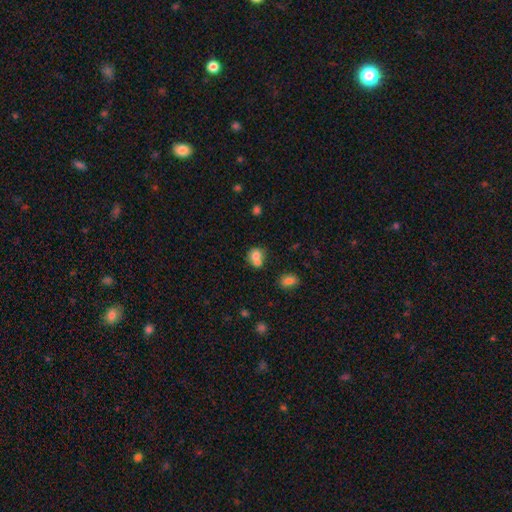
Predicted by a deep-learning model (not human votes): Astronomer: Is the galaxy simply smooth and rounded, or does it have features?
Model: smooth — 74%.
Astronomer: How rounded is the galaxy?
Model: round — 65%.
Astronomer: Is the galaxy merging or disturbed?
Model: merger — 54% (runner-up: none, 31%).